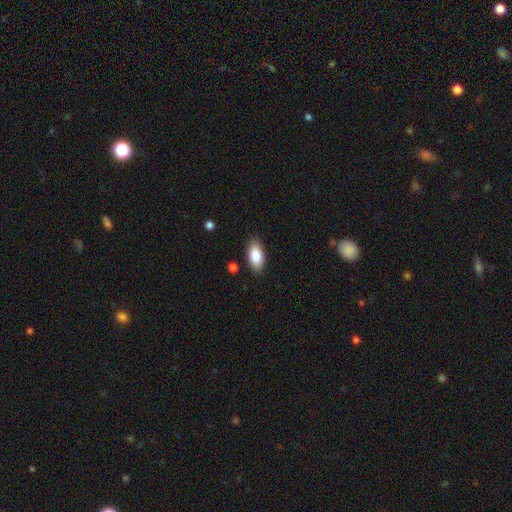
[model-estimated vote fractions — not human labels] smooth_or_featured: smooth (p=0.86) [alt: featured or disk p=0.08]
how_rounded: in between (p=0.89) [alt: cigar-shaped p=0.09]
merging: none (p=0.86) [alt: minor disturbance p=0.10]